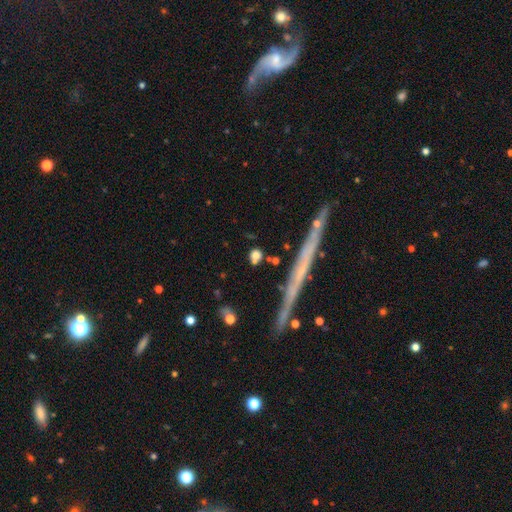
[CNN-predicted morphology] Smooth or featured: smooth — 73% (featured or disk — 15%)
How rounded: round — 75% (in between — 14%)
Merging: none — 77% (minor disturbance — 11%)